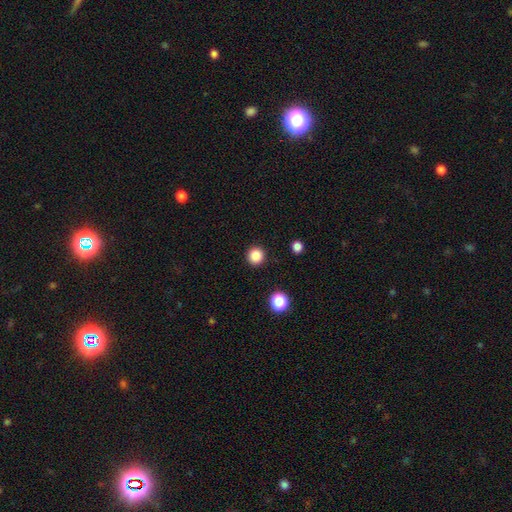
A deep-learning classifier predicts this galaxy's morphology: Overall: smooth (86%). How rounded: round (94%). Merging: none (92%).